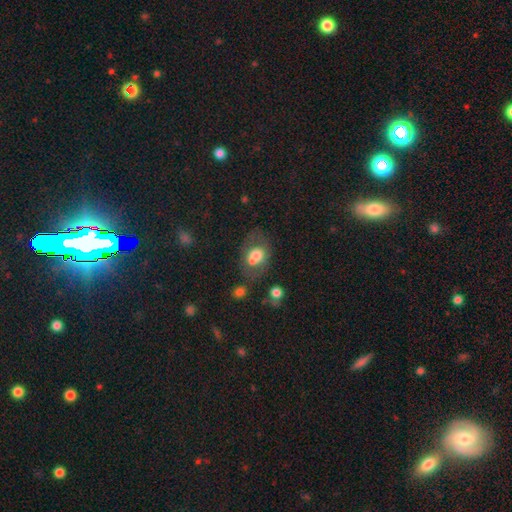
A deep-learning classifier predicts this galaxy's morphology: type=smooth (65%); roundness=in between (67%); merging=none (45%).